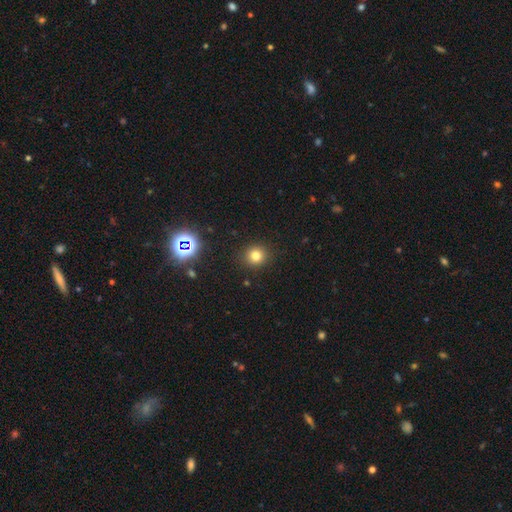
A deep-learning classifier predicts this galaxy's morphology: The model was most divided on "smooth or featured": smooth: 78%, star or artifact: 16%, featured or disk: 6%. More confident: merging — none (90%); how rounded — round (90%).